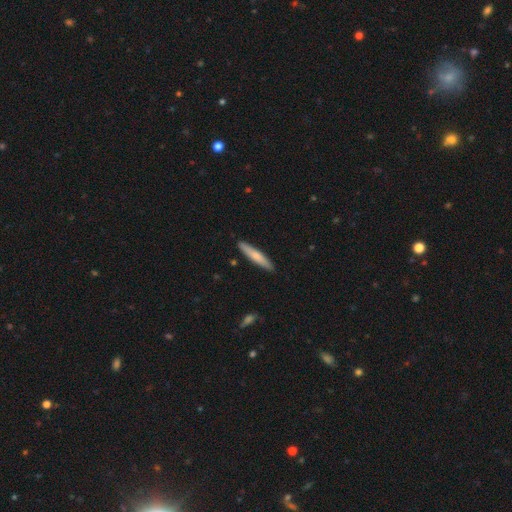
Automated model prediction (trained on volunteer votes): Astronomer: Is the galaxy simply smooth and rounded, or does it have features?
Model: smooth — 69%.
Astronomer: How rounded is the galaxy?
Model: cigar-shaped — 91%.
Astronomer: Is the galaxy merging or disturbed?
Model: none — 90%.